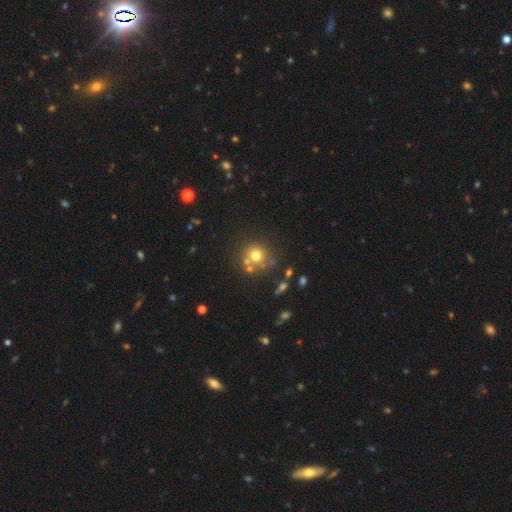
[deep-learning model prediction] smooth_or_featured: smooth (p=0.68) [alt: star or artifact p=0.17]
how_rounded: round (p=0.90) [alt: in between p=0.09]
merging: none (p=0.65) [alt: merger p=0.20]